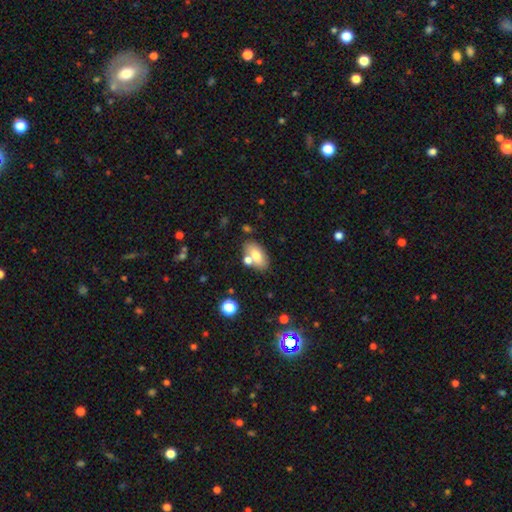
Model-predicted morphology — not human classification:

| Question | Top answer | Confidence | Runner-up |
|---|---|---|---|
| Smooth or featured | smooth | 73% | featured or disk (19%) |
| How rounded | in between | 90% | round (7%) |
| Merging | none | 64% | merger (19%) |